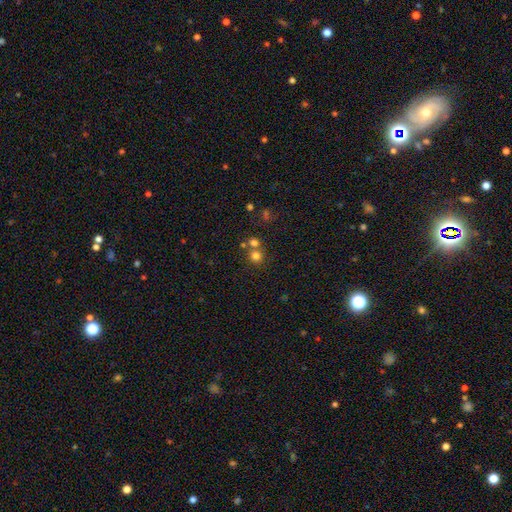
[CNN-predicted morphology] smooth-or-featured: smooth: 75% | star or artifact: 16% | featured or disk: 9%
  how-rounded: round: 90% | in between: 9% | cigar-shaped: 1%
  merging: none: 58% | merger: 33% | minor disturbance: 6% | major disturbance: 3%